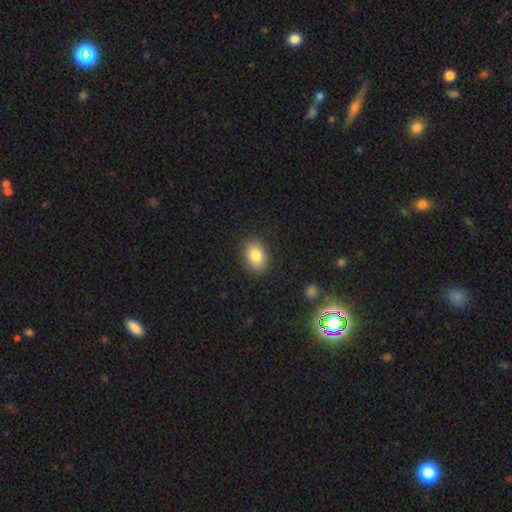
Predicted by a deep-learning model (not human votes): This is clearly a smooth galaxy (83%). How rounded: likely in between (76%). Merging: clearly none (88%).